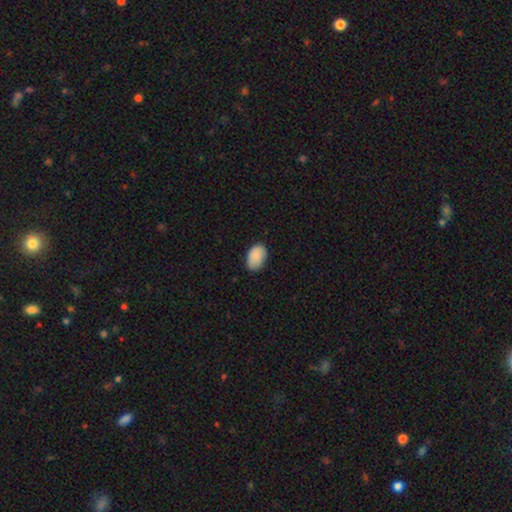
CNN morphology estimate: Q: Smooth or featured?
A: smooth (89%); runner-up: star or artifact (7%)
Q: How rounded?
A: in between (87%); runner-up: round (12%)
Q: Merging?
A: none (79%); runner-up: minor disturbance (17%)